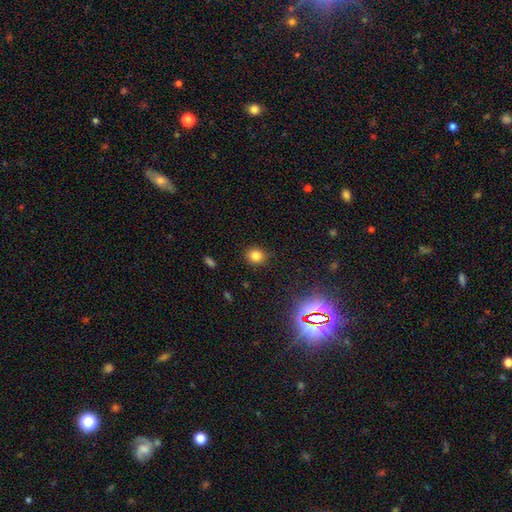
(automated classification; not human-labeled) Smooth or featured: smooth — 80% (star or artifact — 14%)
How rounded: round — 75% (in between — 24%)
Merging: none — 87% (minor disturbance — 9%)